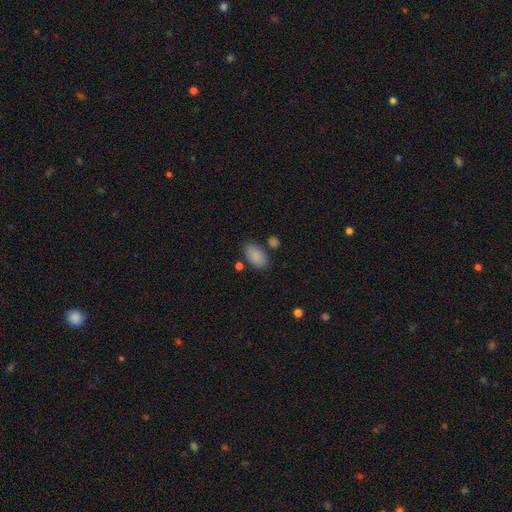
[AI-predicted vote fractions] A smooth galaxy with no disk features (88%) that is in between round and cigar-shaped (94%). Merging: none (76%).